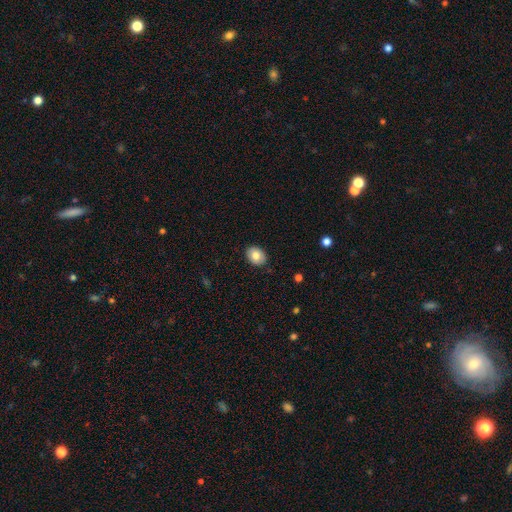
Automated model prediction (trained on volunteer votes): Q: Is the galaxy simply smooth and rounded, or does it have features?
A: smooth — 80%.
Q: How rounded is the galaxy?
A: in between — 61%.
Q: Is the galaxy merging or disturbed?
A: none — 89%.